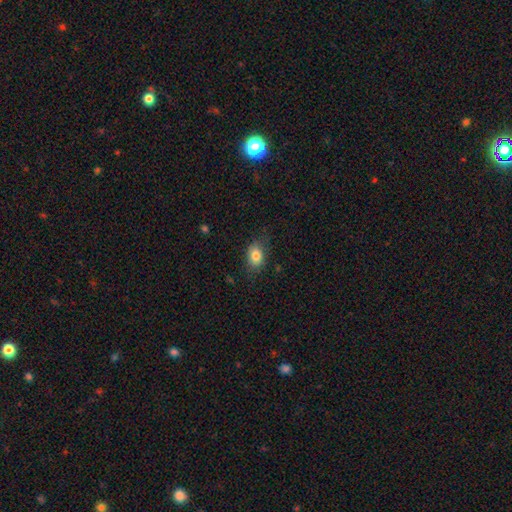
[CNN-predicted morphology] smooth_or_featured: smooth (p=0.82) [alt: featured or disk p=0.09]
how_rounded: in between (p=0.75) [alt: round p=0.23]
merging: none (p=0.74) [alt: minor disturbance p=0.19]